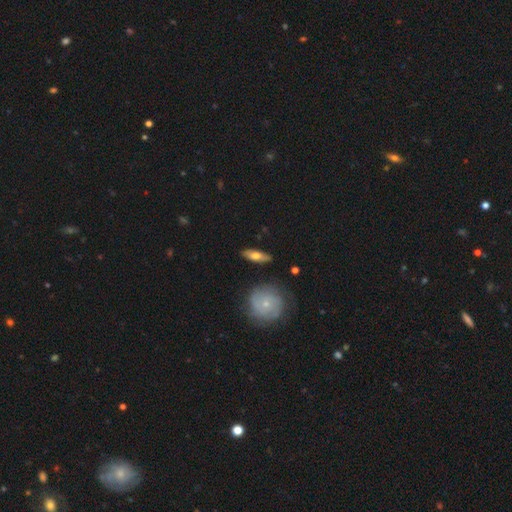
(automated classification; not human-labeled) A smooth galaxy with no disk features (51%) that is in between round and cigar-shaped (49%). Merging: none (85%).